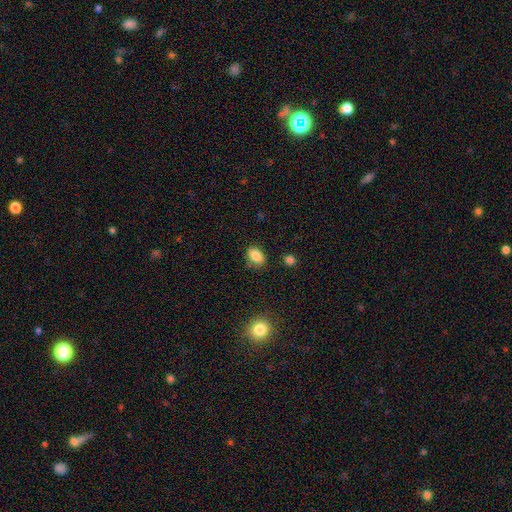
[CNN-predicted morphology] A smooth galaxy with no disk features (85%) that is in between round and cigar-shaped (82%).

Vote fractions:
- Smooth or featured? smooth: 85% / star or artifact: 9% / featured or disk: 6%
- How rounded? in between: 82% / round: 16% / cigar-shaped: 2%
- Merging? none: 79% / minor disturbance: 15% / major disturbance: 3% / merger: 3%